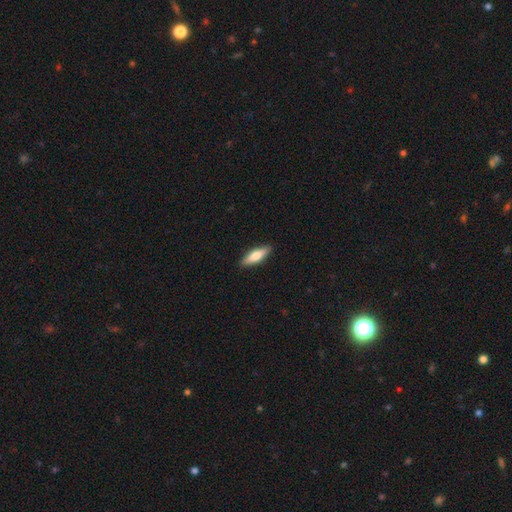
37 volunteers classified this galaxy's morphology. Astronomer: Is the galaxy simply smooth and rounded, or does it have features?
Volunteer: featured or disk — 51% (runner-up: smooth, 43%).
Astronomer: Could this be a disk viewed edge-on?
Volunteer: yes — 84%.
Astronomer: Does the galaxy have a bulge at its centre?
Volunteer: rounded — 100%.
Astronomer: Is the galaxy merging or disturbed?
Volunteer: none — 83%.